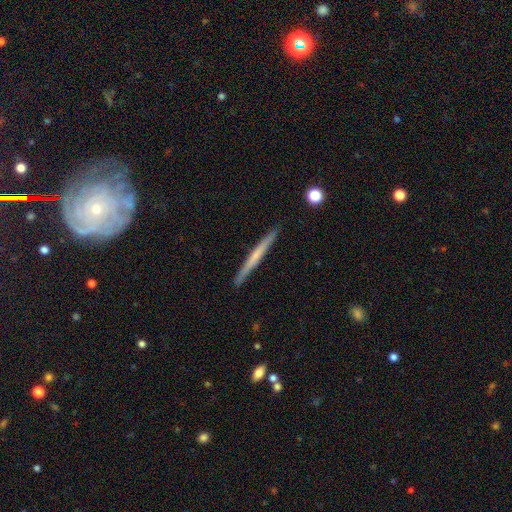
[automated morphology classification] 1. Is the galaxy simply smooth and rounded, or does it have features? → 50% featured or disk, 44% smooth, 6% star or artifact.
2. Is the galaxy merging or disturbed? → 91% none, 6% minor disturbance, 1% major disturbance, 1% merger.